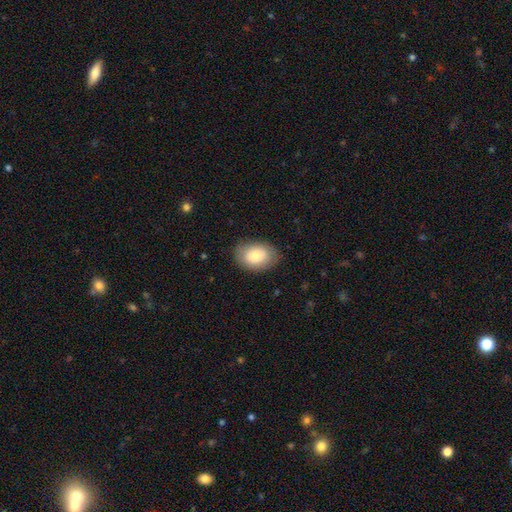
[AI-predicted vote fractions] Overall: smooth (78%). How rounded: in between (79%). Merging: none (82%).